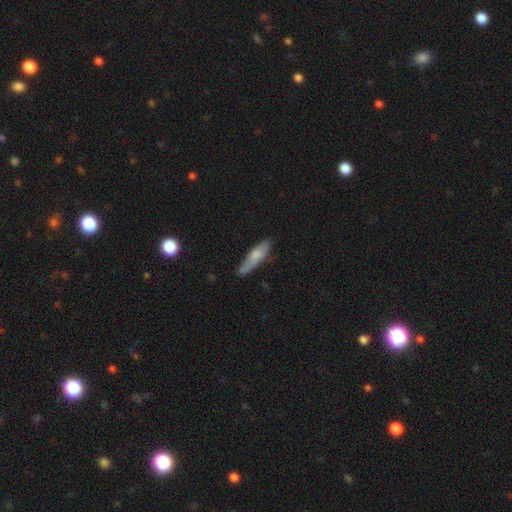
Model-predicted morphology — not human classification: A smooth galaxy with no disk features (64%) that is cigar-shaped (69%). Merging: none (67%).